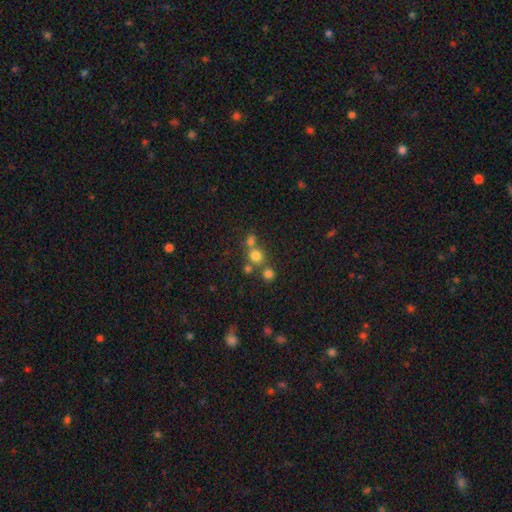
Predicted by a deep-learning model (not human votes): This appears to be a smooth galaxy with no disk features (71%) that is round (87%). Merging: none (56%).